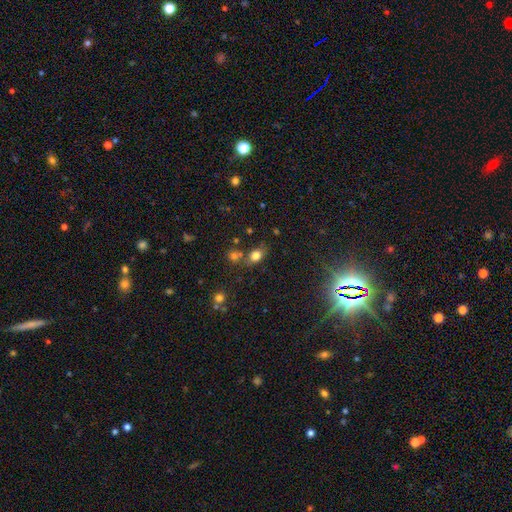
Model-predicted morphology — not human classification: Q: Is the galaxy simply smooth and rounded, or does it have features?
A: smooth — 77%.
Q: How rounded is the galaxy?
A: in between — 68%.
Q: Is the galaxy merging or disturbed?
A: none — 61%.